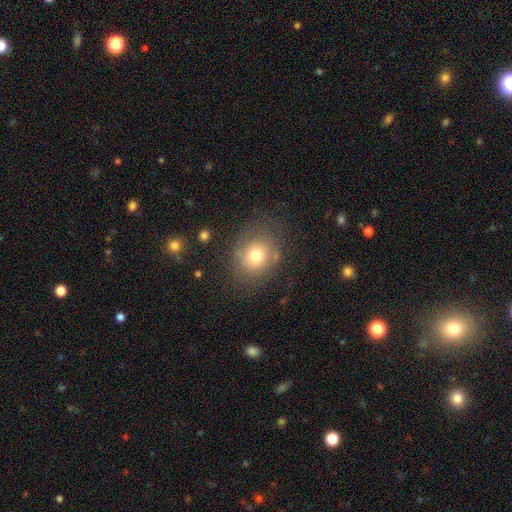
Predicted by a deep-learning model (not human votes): Smooth or featured: smooth — 71% (featured or disk — 16%)
How rounded: round — 66% (in between — 33%)
Merging: none — 70% (minor disturbance — 18%)